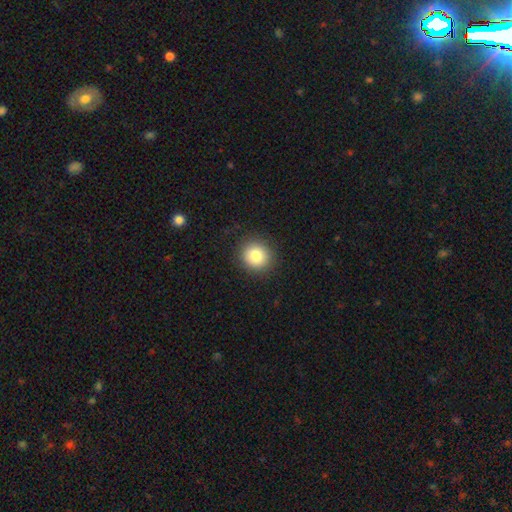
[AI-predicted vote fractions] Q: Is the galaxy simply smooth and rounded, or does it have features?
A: smooth — 83%.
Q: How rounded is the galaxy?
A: round — 90%.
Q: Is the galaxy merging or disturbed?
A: none — 90%.